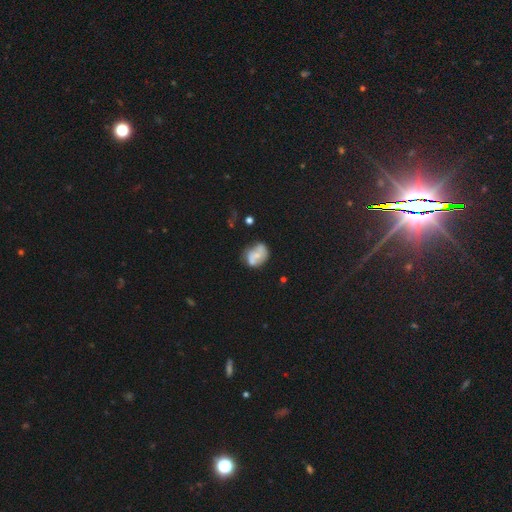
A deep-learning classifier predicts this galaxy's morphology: Smooth or featured?
  - featured or disk: 46% *
  - smooth: 45%
  - star or artifact: 9%
Merging?
  - none: 50% *
  - minor disturbance: 26%
  - merger: 14%
  - major disturbance: 11%